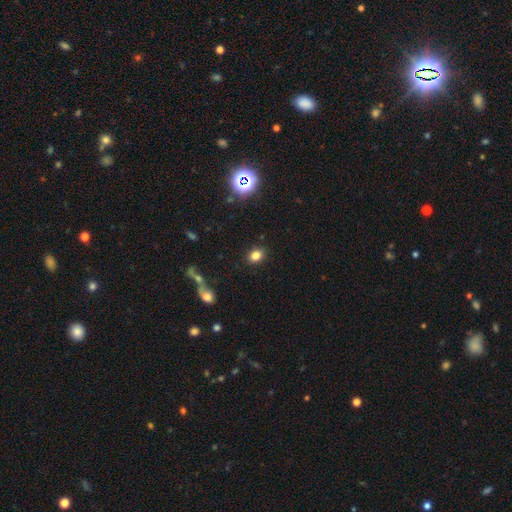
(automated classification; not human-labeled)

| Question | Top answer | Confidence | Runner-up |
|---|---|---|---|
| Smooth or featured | smooth | 79% | star or artifact (15%) |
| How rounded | in between | 53% | round (45%) |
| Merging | none | 88% | minor disturbance (8%) |